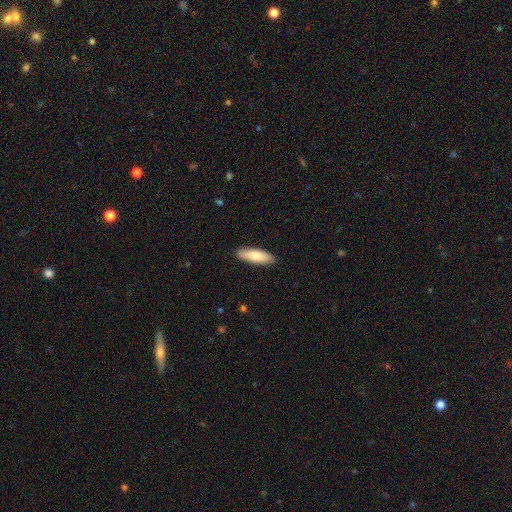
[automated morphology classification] Smooth or featured: smooth — 78% (featured or disk — 17%)
How rounded: in between — 52% (cigar-shaped — 47%)
Merging: none — 90% (minor disturbance — 8%)